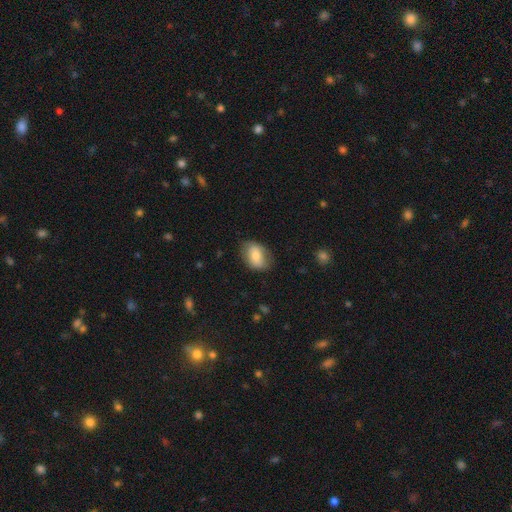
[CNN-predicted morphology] Overall: smooth (74%). How rounded: in between (82%). Merging: none (74%).